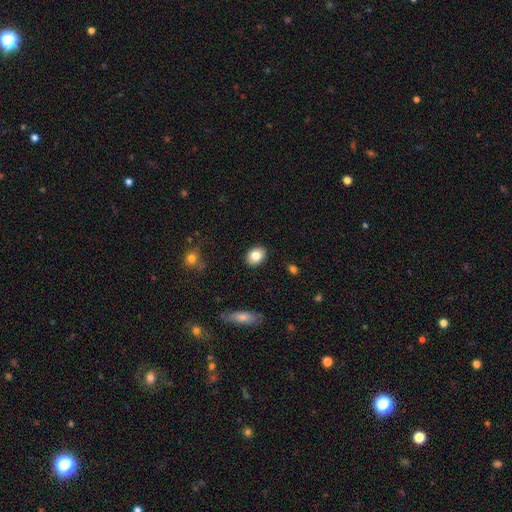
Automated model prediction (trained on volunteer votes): Morphology: type=smooth (83%); roundness=in between (66%); merging=none (89%).